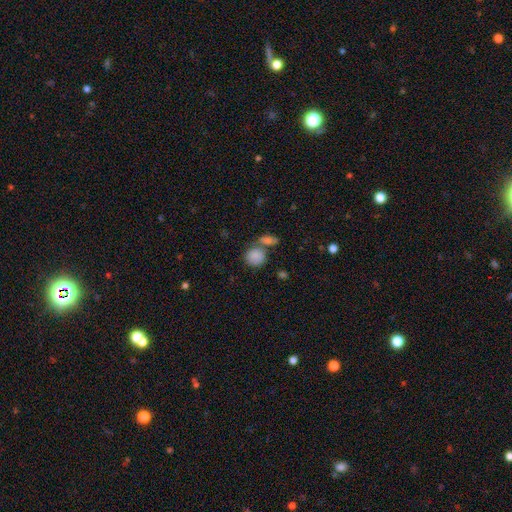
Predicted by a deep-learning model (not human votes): Smooth or featured?
  - smooth: 85% *
  - star or artifact: 8%
  - featured or disk: 7%
How rounded?
  - round: 76% *
  - in between: 23%
  - cigar-shaped: 2%
Merging?
  - none: 50% *
  - merger: 34%
  - minor disturbance: 11%
  - major disturbance: 4%